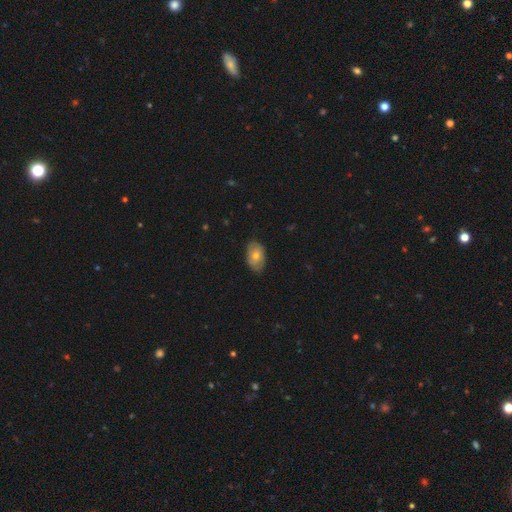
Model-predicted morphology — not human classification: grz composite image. It shows a smooth galaxy with no disk features (62%) that is in between round and cigar-shaped (88%). Merging: none (77%).